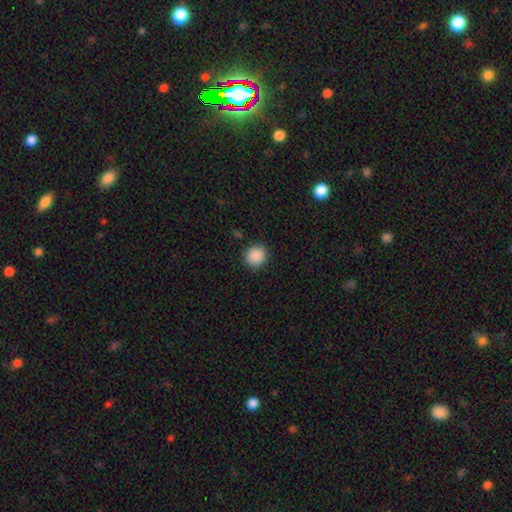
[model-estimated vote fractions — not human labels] Smooth or featured? Predicted: smooth (p=0.89). How rounded? Predicted: round (p=0.90). Merging? Predicted: none (p=0.89).